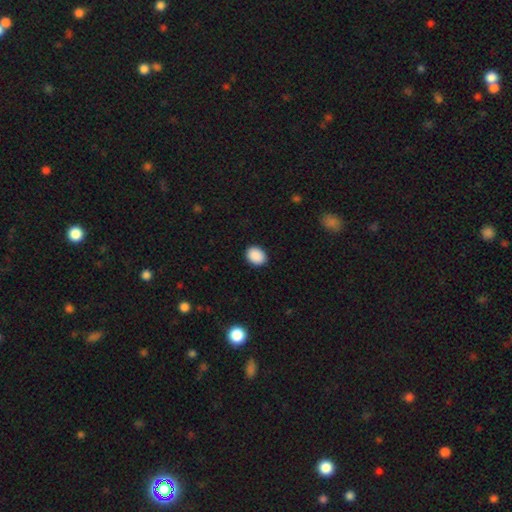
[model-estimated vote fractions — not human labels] Smooth or featured: smooth — 90% (star or artifact — 8%)
How rounded: in between — 56% (round — 43%)
Merging: none — 90% (minor disturbance — 7%)